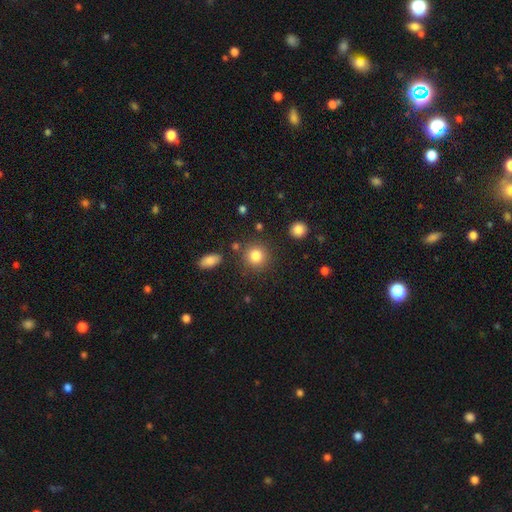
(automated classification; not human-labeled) smooth_or_featured: smooth (p=0.83) [alt: star or artifact p=0.10]
how_rounded: round (p=0.90) [alt: in between p=0.09]
merging: none (p=0.84) [alt: minor disturbance p=0.08]